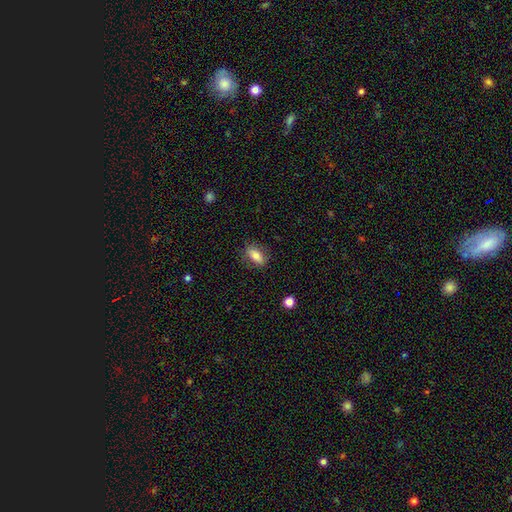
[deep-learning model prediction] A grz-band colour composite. It shows a smooth galaxy with no disk features (73%) that is in between round and cigar-shaped (80%). Merging: none (81%).